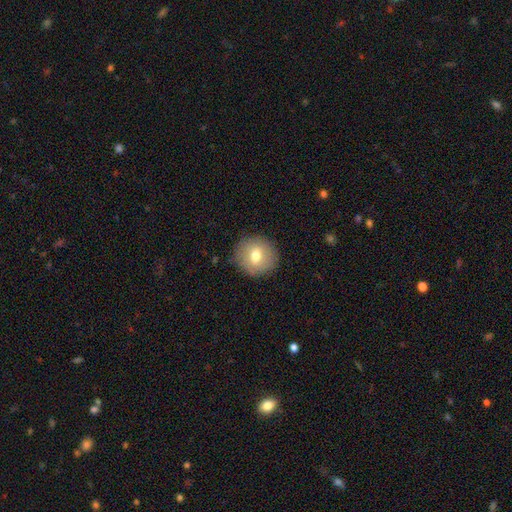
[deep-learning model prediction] smooth 69%, featured or disk 22%, star or artifact 9%. Down the decision tree: how rounded — round (91%); merging — none (87%).